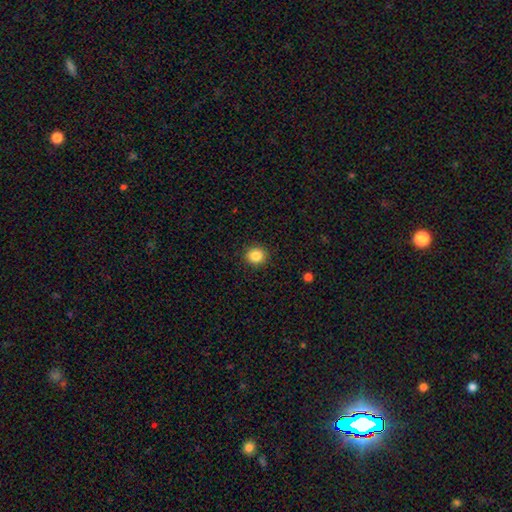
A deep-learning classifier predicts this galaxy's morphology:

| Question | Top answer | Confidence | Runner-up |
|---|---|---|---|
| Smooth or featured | smooth | 86% | star or artifact (10%) |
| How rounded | round | 86% | in between (13%) |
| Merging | none | 91% | minor disturbance (6%) |